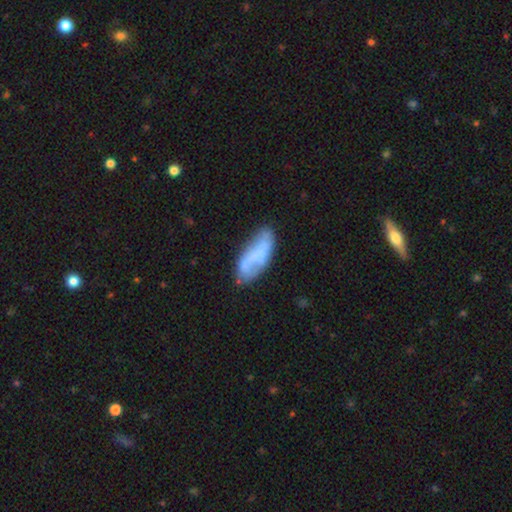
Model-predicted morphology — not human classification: Smooth or featured: smooth — 54% (featured or disk — 38%)
How rounded: in between — 78% (cigar-shaped — 19%)
Merging: none — 52% (minor disturbance — 28%)